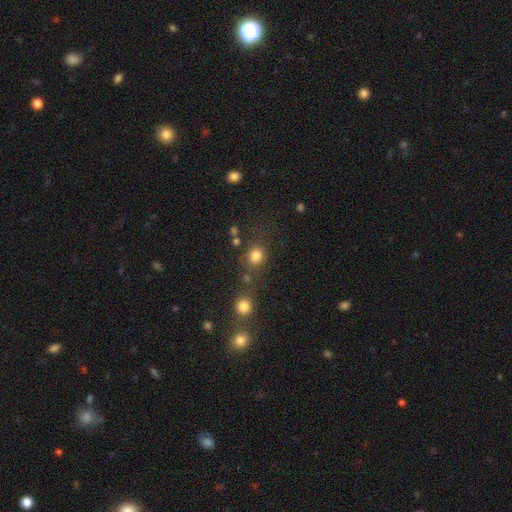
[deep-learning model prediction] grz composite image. It shows a smooth galaxy with no disk features (81%) that is round (74%). Merging: none (65%).